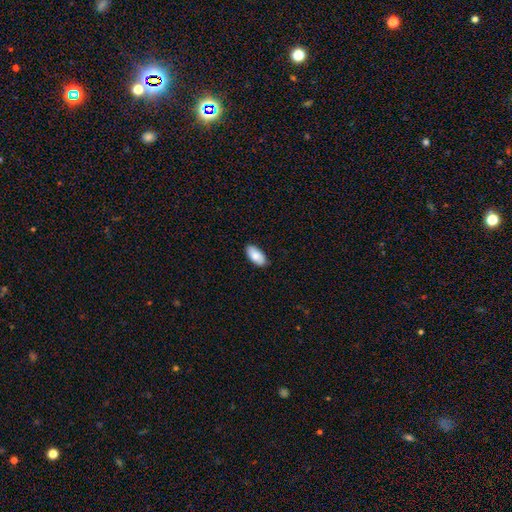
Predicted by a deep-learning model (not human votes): Smooth or featured?
  - smooth: 84% *
  - featured or disk: 10%
  - star or artifact: 6%
How rounded?
  - in between: 94% *
  - cigar-shaped: 4%
  - round: 2%
Merging?
  - none: 87% *
  - minor disturbance: 10%
  - major disturbance: 2%
  - merger: 1%